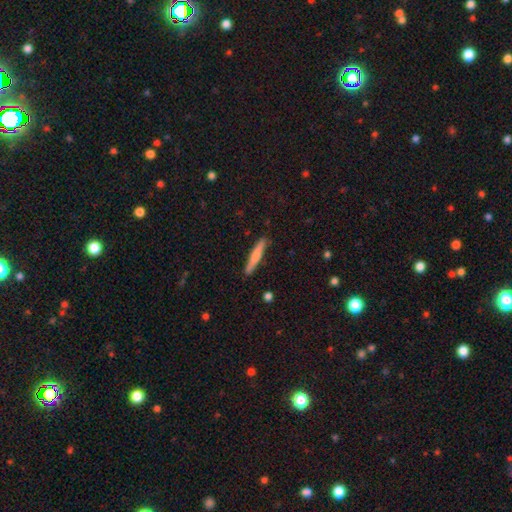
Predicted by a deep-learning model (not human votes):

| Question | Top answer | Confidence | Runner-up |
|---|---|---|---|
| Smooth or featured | smooth | 68% | featured or disk (27%) |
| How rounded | cigar-shaped | 94% | in between (5%) |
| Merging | none | 88% | minor disturbance (9%) |